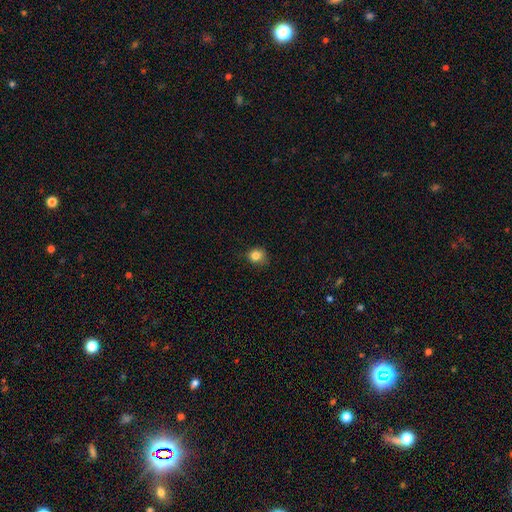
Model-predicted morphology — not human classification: The model was most divided on "merging": none: 74%, minor disturbance: 21%, major disturbance: 4%, merger: 1%. More confident: smooth or featured — smooth (83%); how rounded — round (78%).